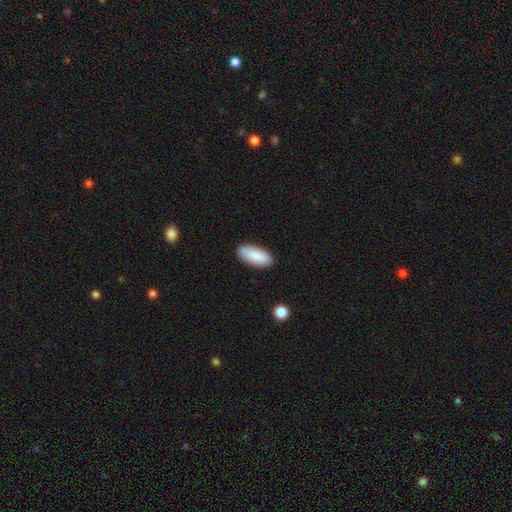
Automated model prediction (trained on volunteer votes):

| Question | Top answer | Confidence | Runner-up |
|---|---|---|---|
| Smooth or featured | smooth | 87% | featured or disk (7%) |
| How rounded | in between | 81% | cigar-shaped (17%) |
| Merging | none | 86% | minor disturbance (10%) |